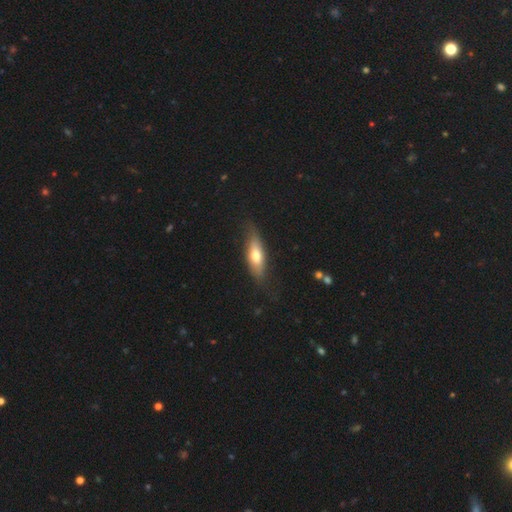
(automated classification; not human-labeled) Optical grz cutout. It shows a smooth galaxy with no disk features (62%) that is in between round and cigar-shaped (58%). Merging: none (71%).